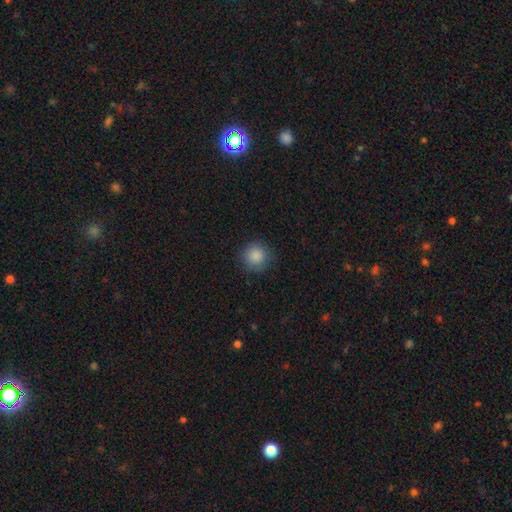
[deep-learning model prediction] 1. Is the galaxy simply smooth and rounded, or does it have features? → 88% smooth, 9% star or artifact, 4% featured or disk.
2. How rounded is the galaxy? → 94% round, 5% in between, 1% cigar-shaped.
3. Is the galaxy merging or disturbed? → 87% none, 9% minor disturbance, 3% major disturbance, 1% merger.